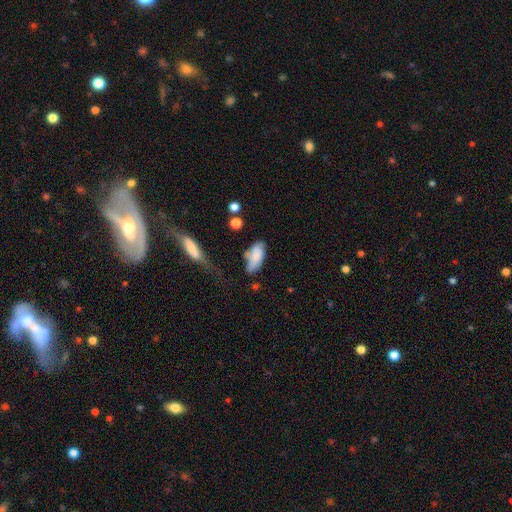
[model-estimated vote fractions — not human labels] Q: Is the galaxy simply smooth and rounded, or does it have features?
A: smooth — 73%.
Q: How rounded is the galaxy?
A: in between — 88%.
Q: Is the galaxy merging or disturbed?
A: none — 40%.